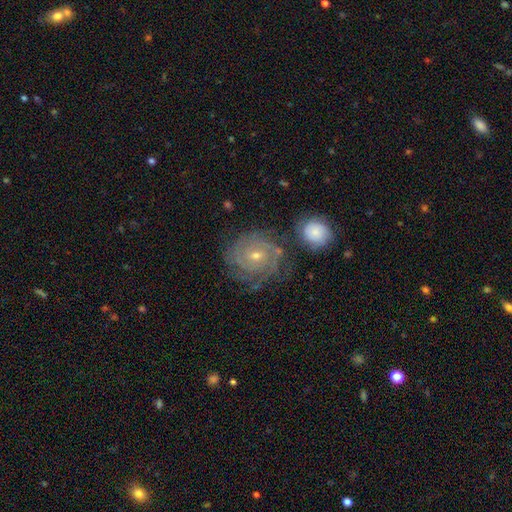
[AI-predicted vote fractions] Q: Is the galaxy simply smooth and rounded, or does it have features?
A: featured or disk — 81%.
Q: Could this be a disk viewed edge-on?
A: no — 97%.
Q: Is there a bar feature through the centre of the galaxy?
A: no — 61%.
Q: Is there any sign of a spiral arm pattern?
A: yes — 95%.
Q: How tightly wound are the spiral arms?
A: tight — 76%.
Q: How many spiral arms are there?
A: can't tell — 36%.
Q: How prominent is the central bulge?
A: small — 59%.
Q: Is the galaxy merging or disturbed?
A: none — 70%.